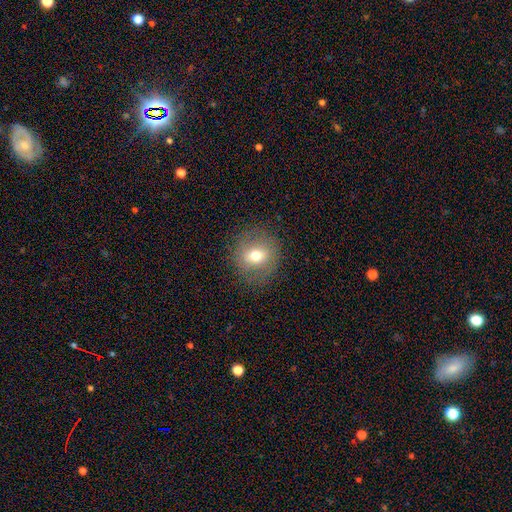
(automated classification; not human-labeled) The model was most divided on "smooth or featured": smooth: 63%, featured or disk: 26%, star or artifact: 11%. More confident: merging — none (84%); how rounded — round (79%).